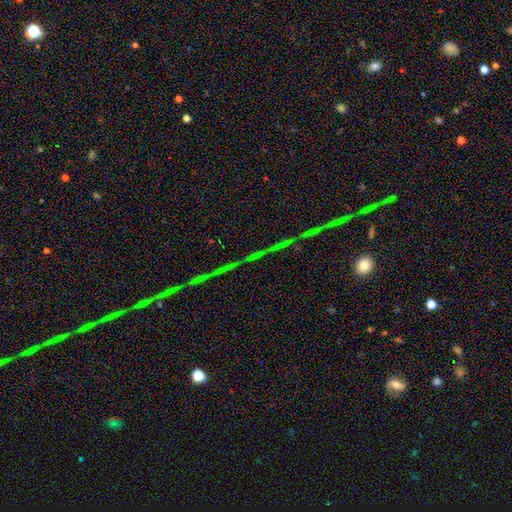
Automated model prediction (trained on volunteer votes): Smooth or featured? Predicted: star or artifact (p=0.79).